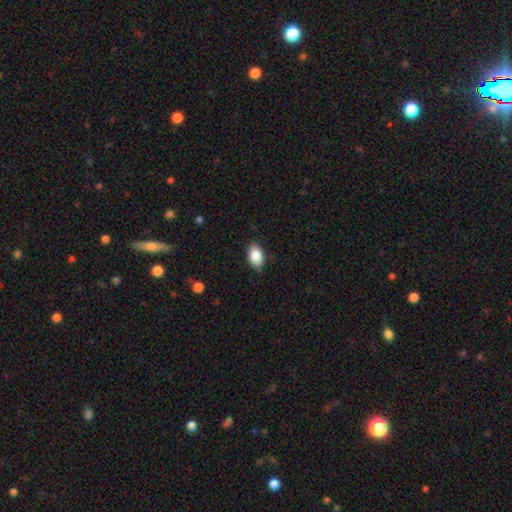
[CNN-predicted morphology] smooth_or_featured: smooth (p=0.88) [alt: star or artifact p=0.07]
how_rounded: in between (p=0.93) [alt: round p=0.06]
merging: none (p=0.85) [alt: minor disturbance p=0.12]